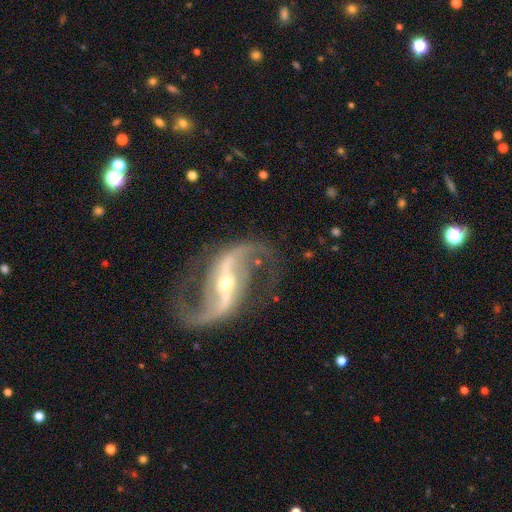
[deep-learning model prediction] Smooth or featured? featured or disk (92%)
Edge-on disk? no (96%)
Bar? strong (47%)
Spiral arms? yes (98%)
Spiral winding? loose (69%)
Spiral arm count? 2 (94%)
Bulge size? small (61%)
Merging? none (78%)